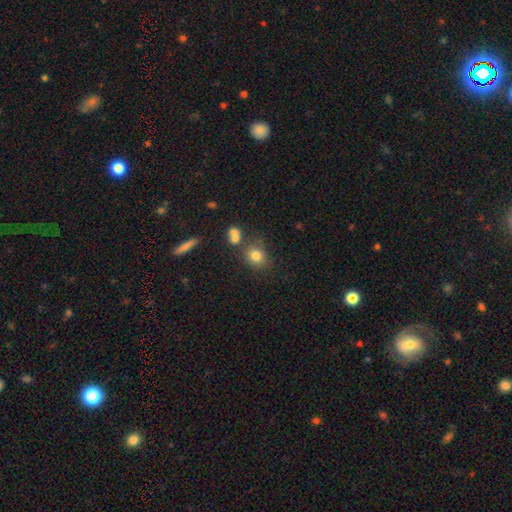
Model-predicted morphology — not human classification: This is likely a smooth galaxy (79%). How rounded: likely round (73%). Merging: likely none (67%).